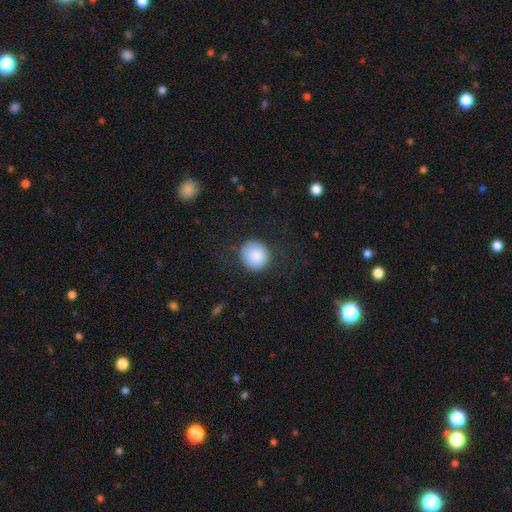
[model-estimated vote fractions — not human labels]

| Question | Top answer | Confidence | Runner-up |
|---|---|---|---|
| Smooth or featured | smooth | 86% | star or artifact (8%) |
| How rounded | round | 86% | in between (13%) |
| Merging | none | 80% | minor disturbance (13%) |